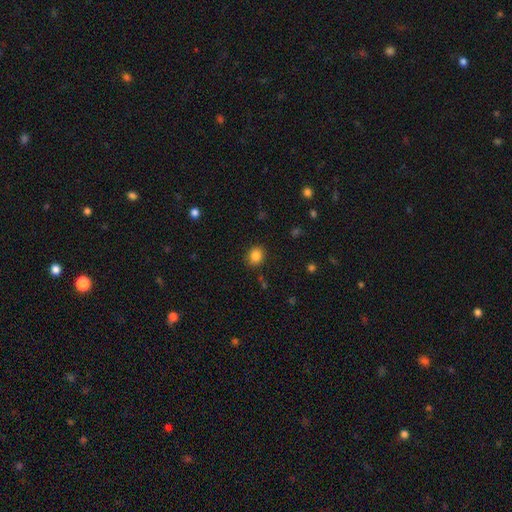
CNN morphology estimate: This appears to be a smooth galaxy with no disk features (85%) that is round (70%). Merging: none (88%).